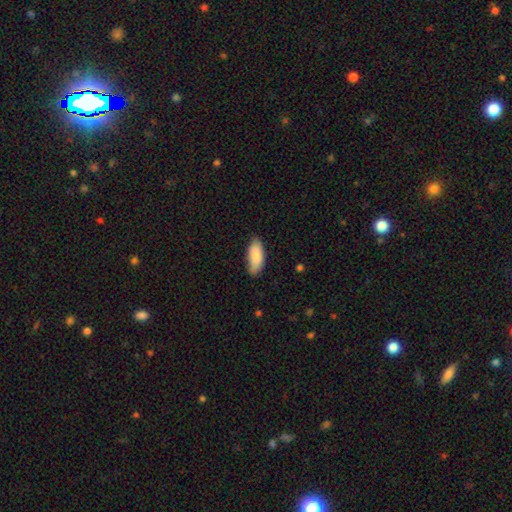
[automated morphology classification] type=smooth (88%); roundness=in between (82%); merging=none (77%).